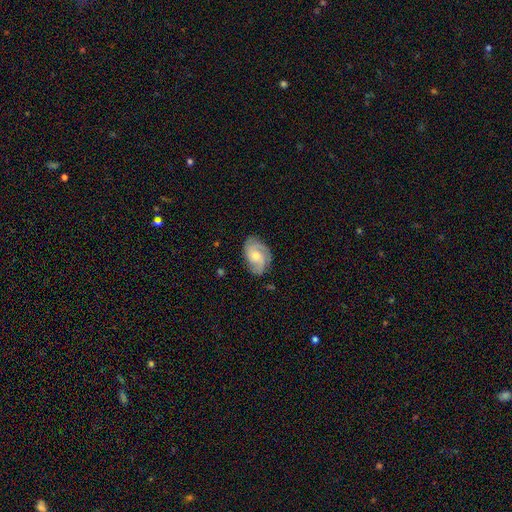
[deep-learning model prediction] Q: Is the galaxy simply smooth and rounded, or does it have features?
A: featured or disk — 77%.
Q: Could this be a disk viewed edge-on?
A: no — 97%.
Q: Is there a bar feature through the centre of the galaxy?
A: no — 67%.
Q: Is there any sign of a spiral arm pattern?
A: yes — 96%.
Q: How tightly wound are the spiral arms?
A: tight — 49%.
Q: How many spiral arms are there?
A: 3 — 36%.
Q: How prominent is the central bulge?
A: moderate — 59%.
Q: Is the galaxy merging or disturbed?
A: none — 75%.